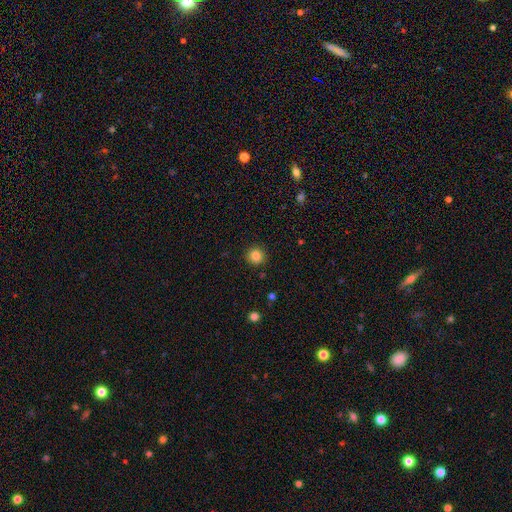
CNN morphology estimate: The model was most divided on "smooth or featured": smooth: 84%, star or artifact: 11%, featured or disk: 5%. More confident: how rounded — round (94%); merging — none (92%).